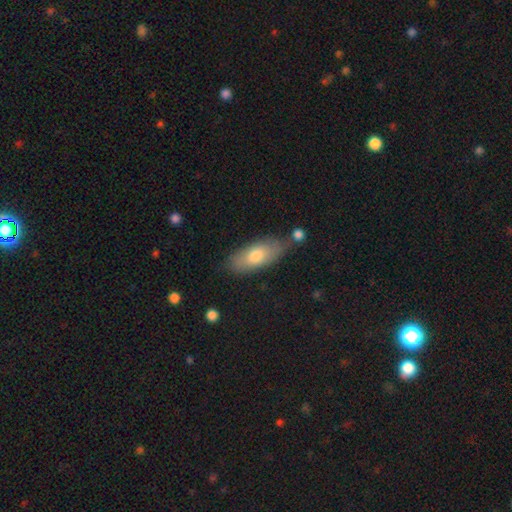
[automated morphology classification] smooth_or_featured: smooth (p=0.71) [alt: featured or disk p=0.22]
how_rounded: in between (p=0.78) [alt: cigar-shaped p=0.19]
merging: none (p=0.73) [alt: minor disturbance p=0.17]